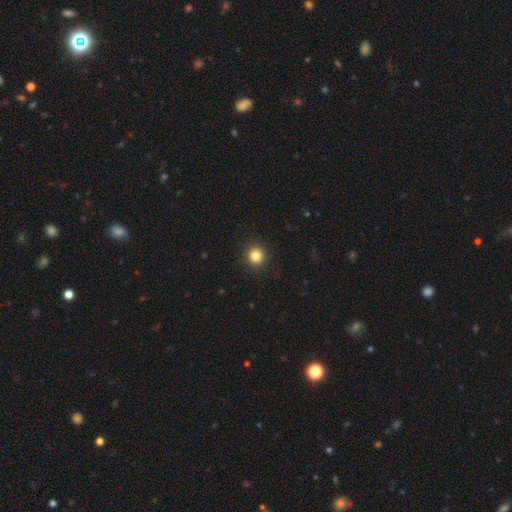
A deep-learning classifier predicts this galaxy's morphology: smooth-or-featured: smooth: 84% | star or artifact: 12% | featured or disk: 5%
  how-rounded: round: 94% | in between: 5% | cigar-shaped: 1%
  merging: none: 93% | minor disturbance: 4% | major disturbance: 2% | merger: 1%